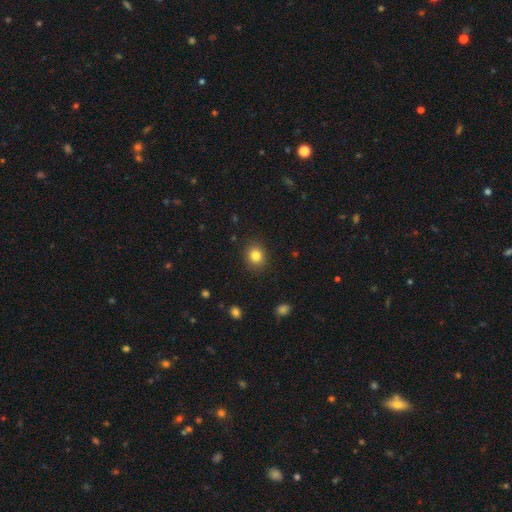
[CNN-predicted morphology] Smooth or featured? Predicted: smooth (p=0.83). How rounded? Predicted: round (p=0.74). Merging? Predicted: none (p=0.89).